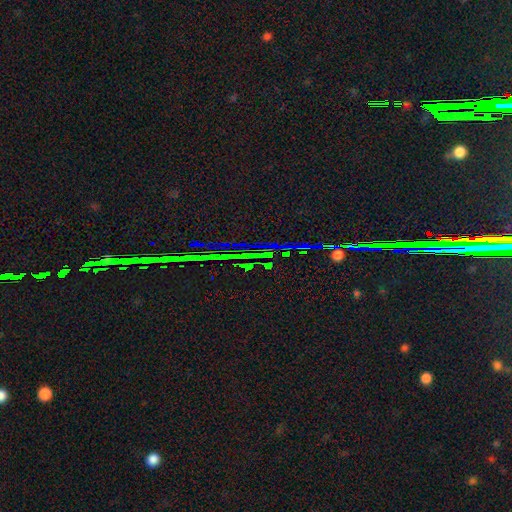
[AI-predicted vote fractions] smooth-or-featured: star or artifact: 84% | featured or disk: 8% | smooth: 8%